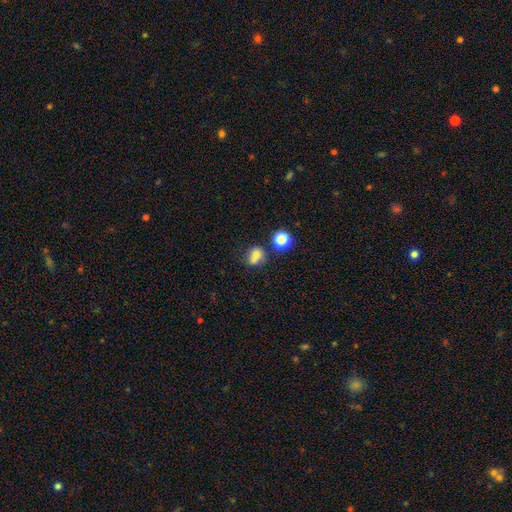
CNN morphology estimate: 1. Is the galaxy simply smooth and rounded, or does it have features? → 75% smooth, 15% star or artifact, 10% featured or disk.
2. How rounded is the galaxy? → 56% round, 42% in between, 2% cigar-shaped.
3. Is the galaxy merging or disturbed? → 48% none, 27% merger, 17% minor disturbance, 8% major disturbance.